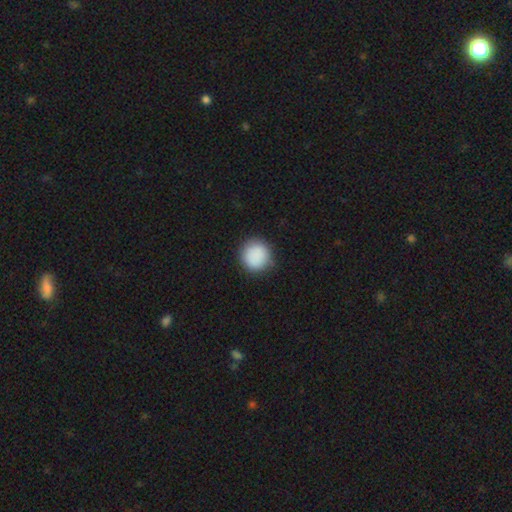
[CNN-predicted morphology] Smooth or featured? smooth (88%)
How rounded? round (92%)
Merging? none (86%)